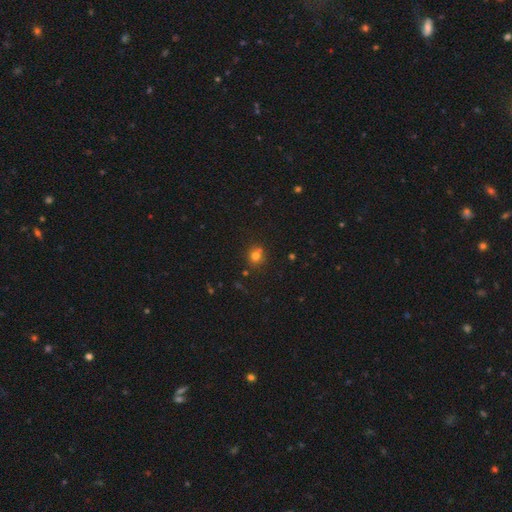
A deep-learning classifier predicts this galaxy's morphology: A smooth galaxy with no disk features (74%) that is round (83%).

Vote fractions:
- Smooth or featured? smooth: 74% / star or artifact: 17% / featured or disk: 9%
- How rounded? round: 83% / in between: 16% / cigar-shaped: 1%
- Merging? none: 69% / merger: 16% / minor disturbance: 12% / major disturbance: 3%